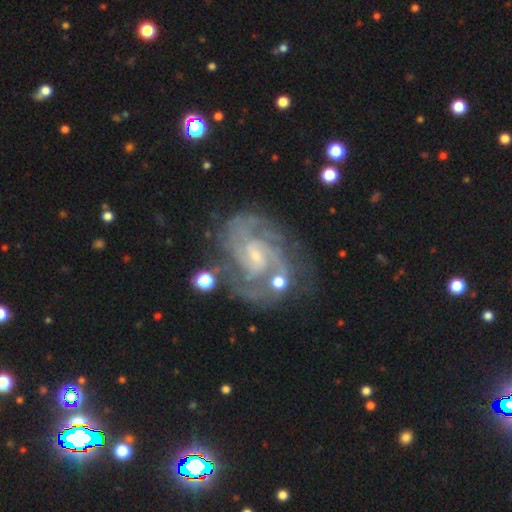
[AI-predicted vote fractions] smooth_or_featured: featured or disk (p=0.89) [alt: star or artifact p=0.06]
disk_edge_on: no (p=0.98) [alt: yes p=0.02]
bar: weak (p=0.50) [alt: no p=0.39]
has_spiral_arms: yes (p=0.97) [alt: no p=0.03]
spiral_winding: tight (p=0.54) [alt: medium p=0.40]
spiral_arm_count: 2 (p=0.29) [alt: 3 p=0.24]
bulge_size: small (p=0.69) [alt: moderate p=0.20]
merging: none (p=0.68) [alt: minor disturbance p=0.18]